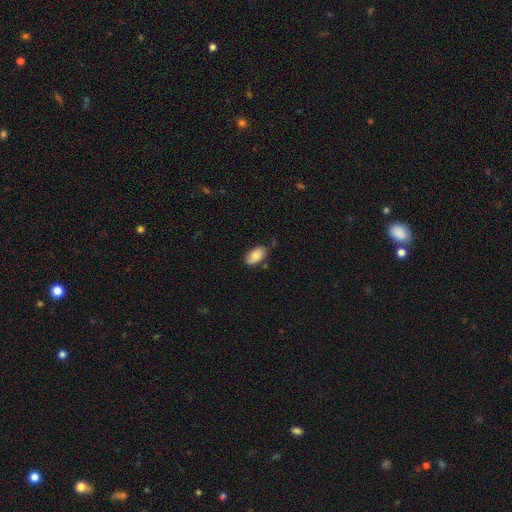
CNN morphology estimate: Smooth or featured: smooth — 84% (featured or disk — 9%)
How rounded: in between — 94% (round — 4%)
Merging: none — 70% (minor disturbance — 22%)